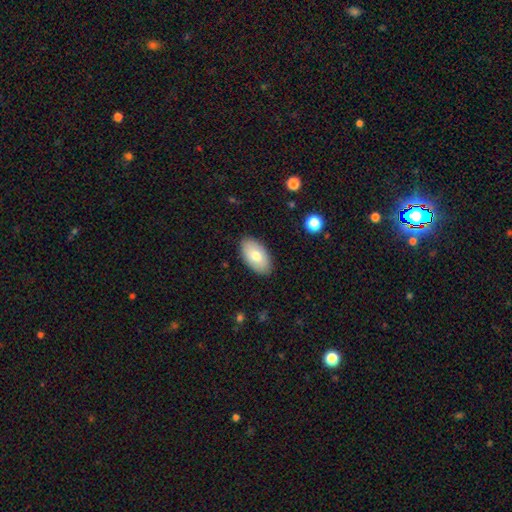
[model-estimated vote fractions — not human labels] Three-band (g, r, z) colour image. It shows a smooth galaxy with no disk features (74%) that is in between round and cigar-shaped (95%). Merging: none (87%).